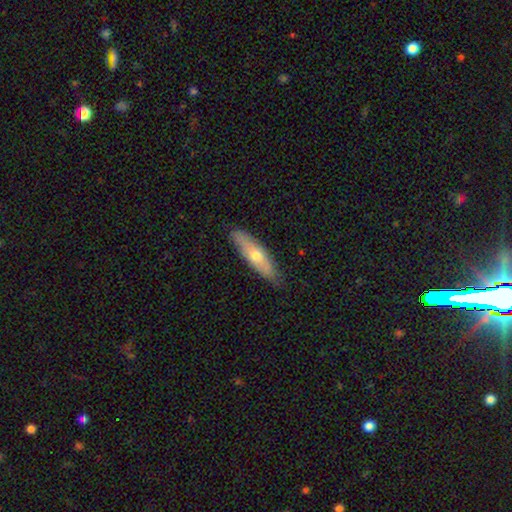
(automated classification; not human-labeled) A smooth galaxy with no disk features (54%) that is cigar-shaped (63%). Merging: none (84%).